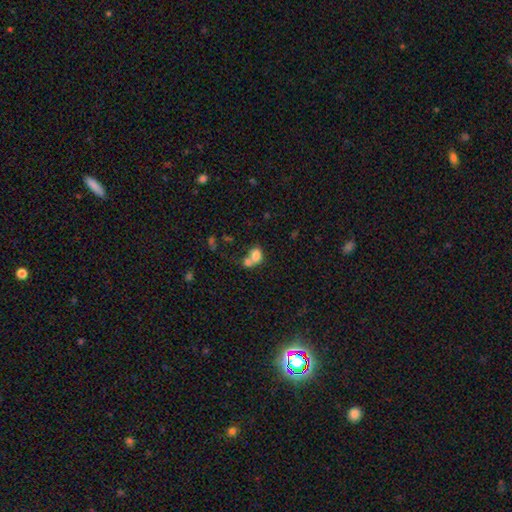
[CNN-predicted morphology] Q: Smooth or featured?
A: smooth (76%); runner-up: featured or disk (13%)
Q: How rounded?
A: in between (65%); runner-up: round (34%)
Q: Merging?
A: merger (59%); runner-up: none (27%)